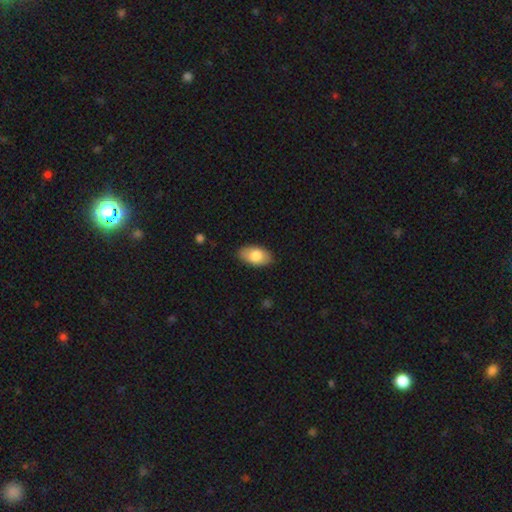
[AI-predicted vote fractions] This is clearly a smooth galaxy (82%). How rounded: clearly in between (93%). Merging: clearly none (86%).